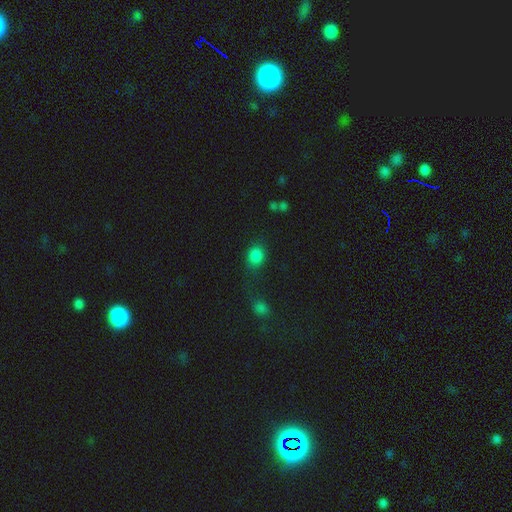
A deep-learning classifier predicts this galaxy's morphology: smooth 83%, star or artifact 12%, featured or disk 5%. Down the decision tree: how rounded — round (59%); merging — none (65%).